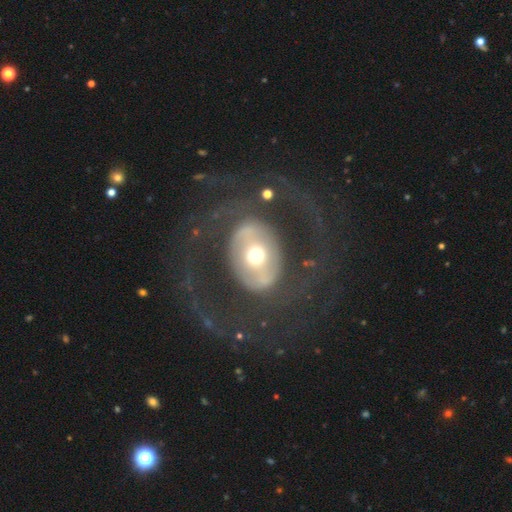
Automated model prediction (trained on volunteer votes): Smooth or featured: featured or disk — 63% (smooth — 29%)
Edge-on disk: no — 94% (yes — 6%)
Bar: no — 43% (strong — 31%)
Spiral arms: no — 55% (yes — 45%)
Bulge size: moderate — 71% (large — 15%)
Merging: none — 60% (major disturbance — 25%)